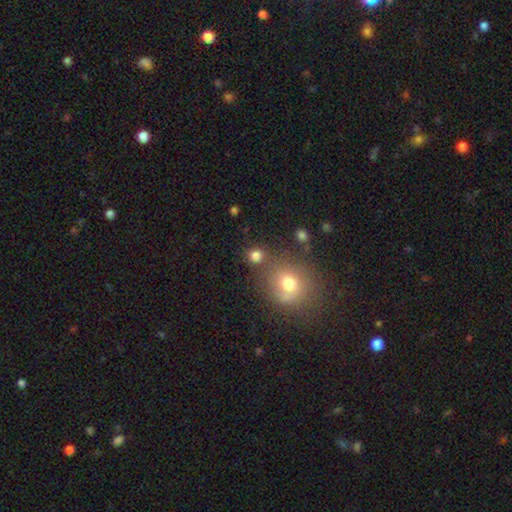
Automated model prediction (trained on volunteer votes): Smooth or featured: smooth — 79% (star or artifact — 15%)
How rounded: round — 87% (in between — 12%)
Merging: none — 73% (merger — 15%)